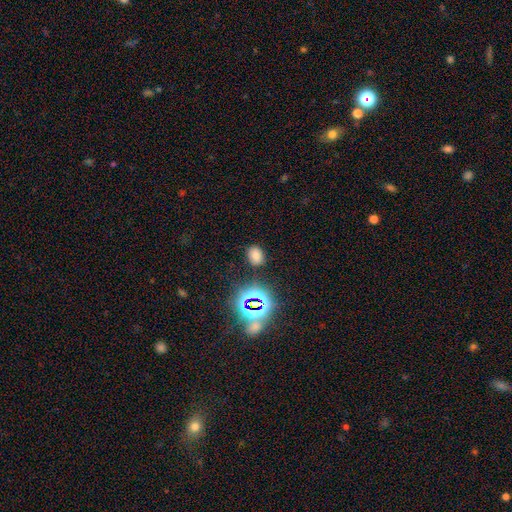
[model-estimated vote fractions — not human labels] Smooth or featured?
  - smooth: 66% *
  - star or artifact: 26%
  - featured or disk: 9%
How rounded?
  - in between: 56% *
  - round: 43%
  - cigar-shaped: 1%
Merging?
  - none: 83% *
  - minor disturbance: 10%
  - major disturbance: 3%
  - merger: 3%